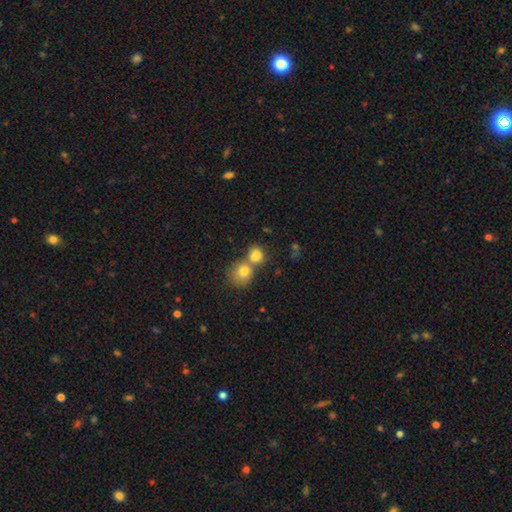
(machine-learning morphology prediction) smooth 79%, star or artifact 10%, featured or disk 10%. Down the decision tree: how rounded — round (63%); merging — merger (56%).